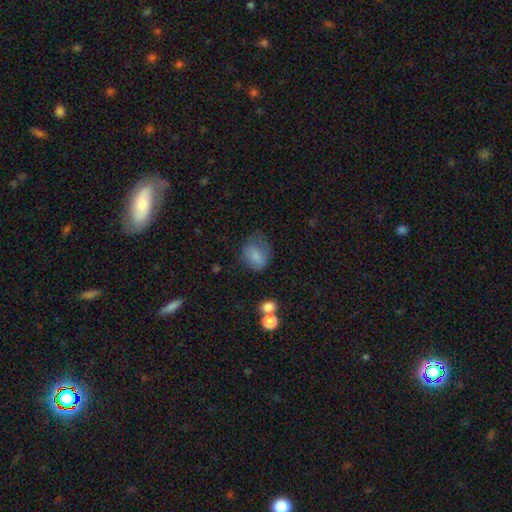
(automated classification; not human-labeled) Smooth or featured: smooth — 76% (featured or disk — 14%)
How rounded: in between — 56% (round — 43%)
Merging: none — 45% (minor disturbance — 31%)